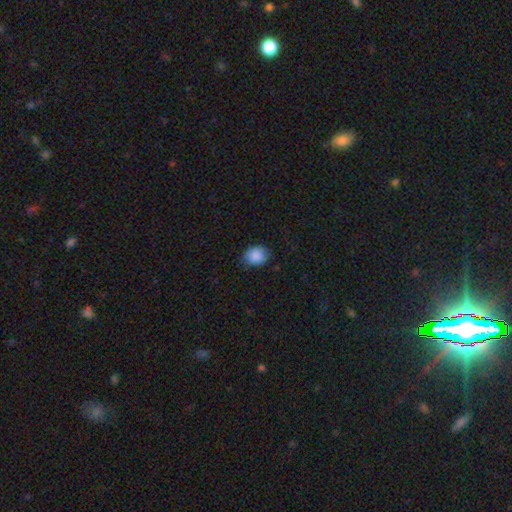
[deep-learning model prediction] A smooth galaxy with no disk features (88%) that is round (53%). Merging: none (73%).